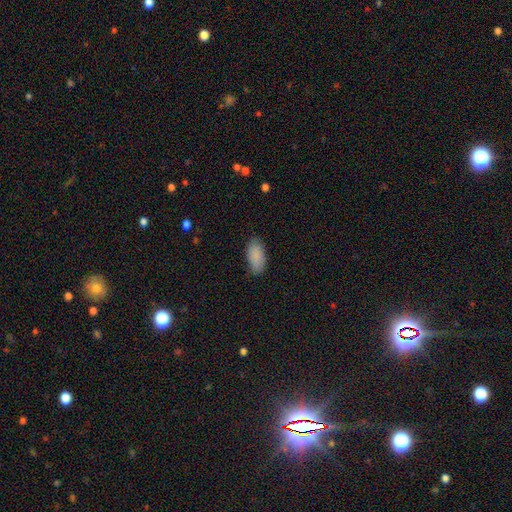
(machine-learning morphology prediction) Q: Smooth or featured?
A: smooth (88%); runner-up: star or artifact (6%)
Q: How rounded?
A: in between (93%); runner-up: cigar-shaped (5%)
Q: Merging?
A: none (82%); runner-up: minor disturbance (14%)